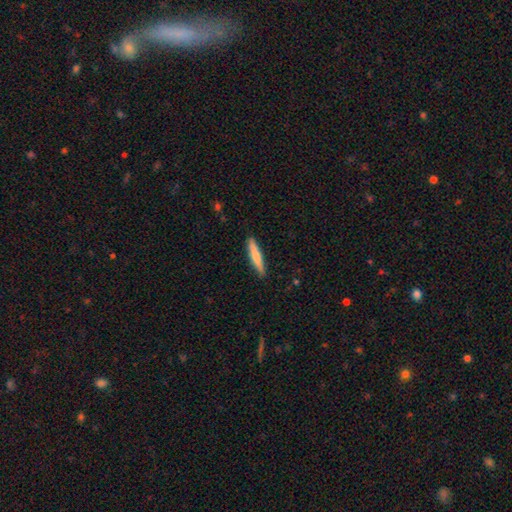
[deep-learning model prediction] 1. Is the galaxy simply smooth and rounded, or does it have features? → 72% smooth, 23% featured or disk, 5% star or artifact.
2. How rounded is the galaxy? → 93% cigar-shaped, 6% in between, 1% round.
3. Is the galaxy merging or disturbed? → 89% none, 8% minor disturbance, 2% major disturbance, 1% merger.